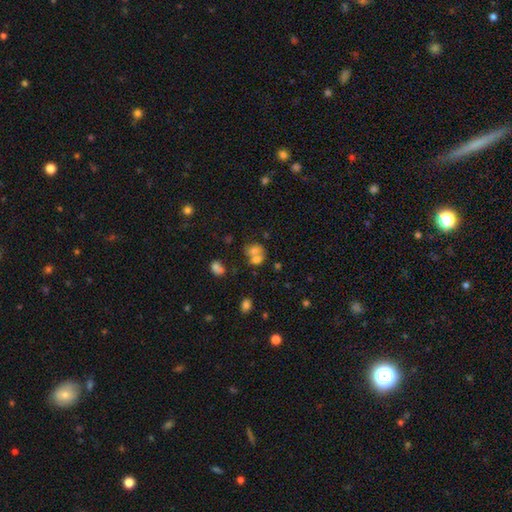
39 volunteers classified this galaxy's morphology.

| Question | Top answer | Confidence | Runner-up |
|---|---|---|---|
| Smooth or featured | smooth | 79% | featured or disk (10%) |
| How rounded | in between | 81% | round (19%) |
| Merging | merger | 74% | none (14%) |